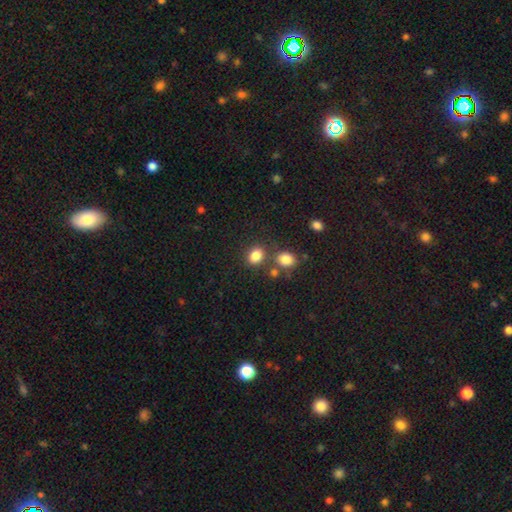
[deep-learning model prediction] Q: Smooth or featured?
A: smooth (83%); runner-up: star or artifact (11%)
Q: How rounded?
A: in between (66%); runner-up: round (33%)
Q: Merging?
A: none (68%); runner-up: merger (17%)